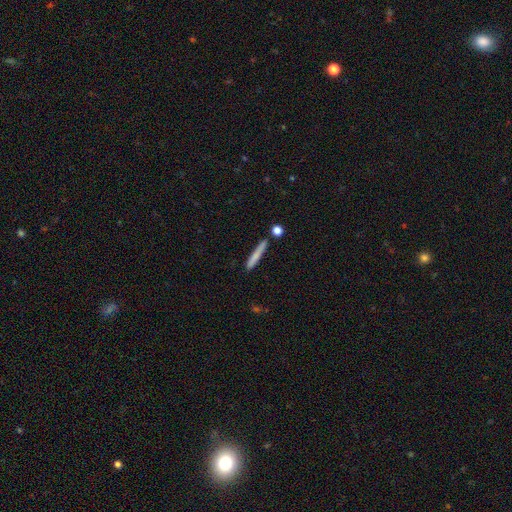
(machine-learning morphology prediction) A smooth galaxy with no disk features (74%) that is cigar-shaped (95%). Merging: none (83%).